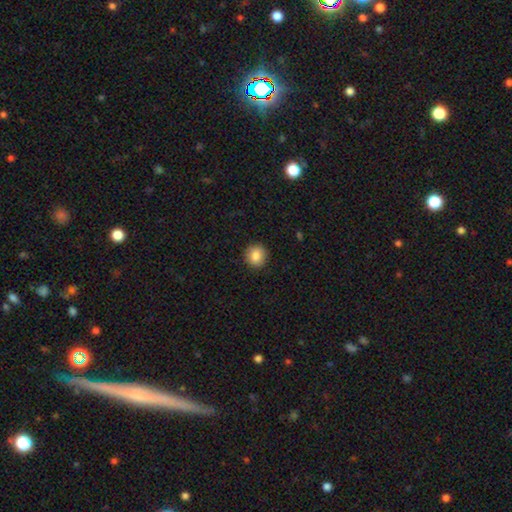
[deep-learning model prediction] A smooth galaxy with no disk features (86%) that is round (92%).

Vote fractions:
- Smooth or featured? smooth: 86% / star or artifact: 9% / featured or disk: 6%
- How rounded? round: 92% / in between: 7% / cigar-shaped: 1%
- Merging? none: 92% / minor disturbance: 6% / major disturbance: 2% / merger: 1%